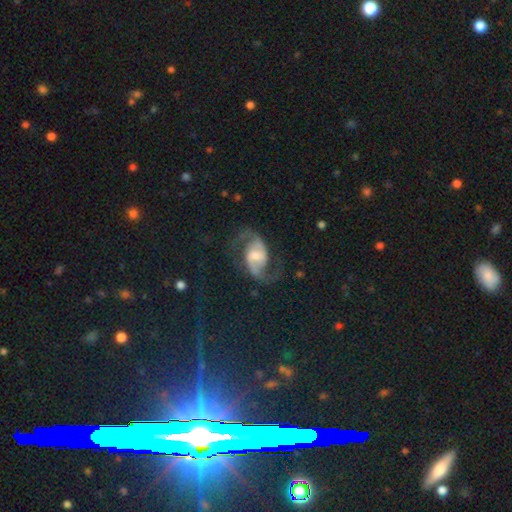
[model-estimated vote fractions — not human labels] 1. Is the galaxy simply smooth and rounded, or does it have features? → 88% featured or disk, 6% smooth, 6% star or artifact.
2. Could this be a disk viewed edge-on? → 98% no, 2% yes.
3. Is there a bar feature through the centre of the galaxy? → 50% weak, 31% no, 19% strong.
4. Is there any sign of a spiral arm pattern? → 97% yes, 3% no.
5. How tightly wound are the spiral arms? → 48% medium, 43% loose, 9% tight.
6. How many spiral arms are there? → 94% 2, 2% can't tell, 1% 1, 1% 3, 1% 4, 1% more than 4.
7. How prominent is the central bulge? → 45% moderate, 30% small, 14% large, 8% none, 2% dominant.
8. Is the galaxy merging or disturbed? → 74% none, 13% minor disturbance, 11% major disturbance, 2% merger.